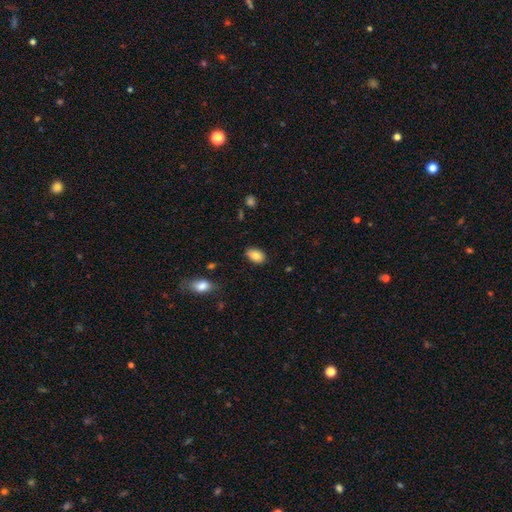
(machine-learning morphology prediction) A smooth galaxy with no disk features (84%) that is in between round and cigar-shaped (86%). Merging: none (82%).